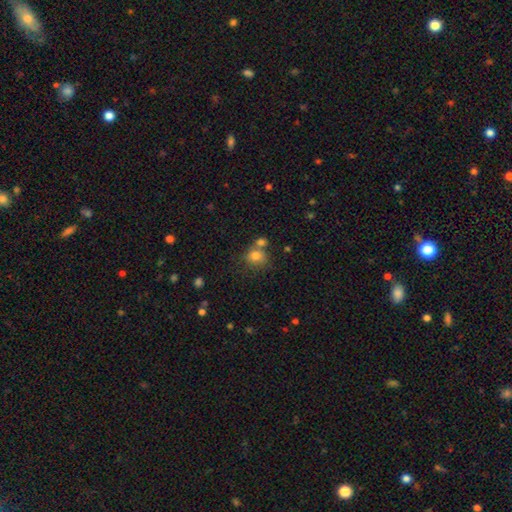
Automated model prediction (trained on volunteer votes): smooth_or_featured: smooth (p=0.78) [alt: star or artifact p=0.12]
how_rounded: round (p=0.77) [alt: in between p=0.22]
merging: none (p=0.53) [alt: merger p=0.30]